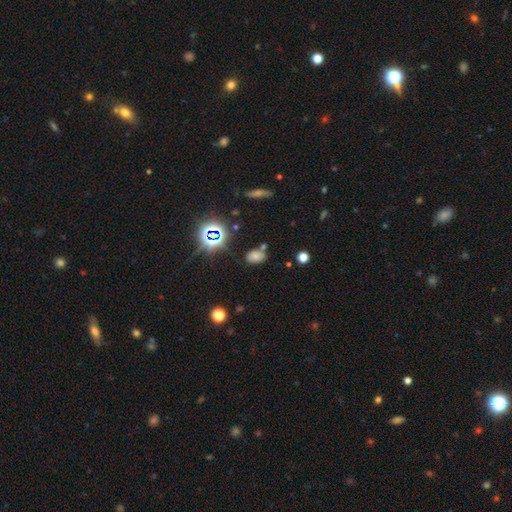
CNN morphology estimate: The model was most divided on "smooth or featured": smooth: 63%, star or artifact: 27%, featured or disk: 10%. More confident: how rounded — in between (83%); merging — none (68%).